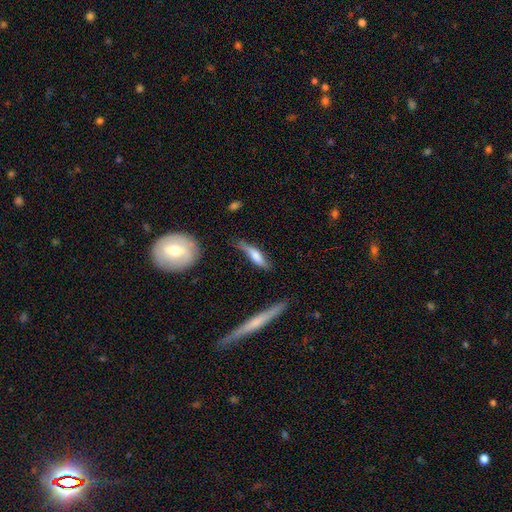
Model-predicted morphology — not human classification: Overall: smooth (60%; featured or disk 34%). How rounded: cigar-shaped (73%). Merging: none (52%; minor disturbance 33%).